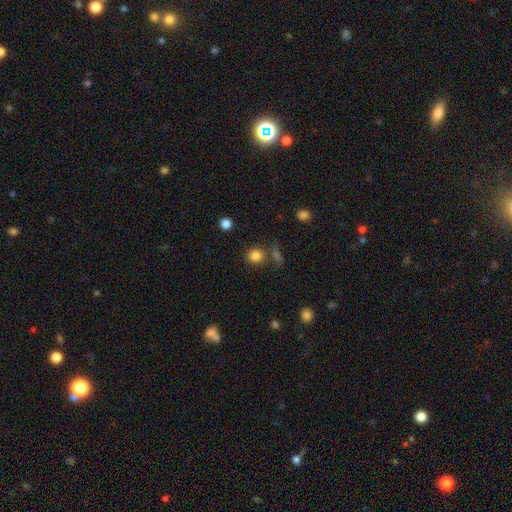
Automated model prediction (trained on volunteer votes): smooth-or-featured: smooth: 83% | star or artifact: 12% | featured or disk: 5%
  how-rounded: round: 84% | in between: 15% | cigar-shaped: 1%
  merging: none: 75% | merger: 11% | minor disturbance: 10% | major disturbance: 5%